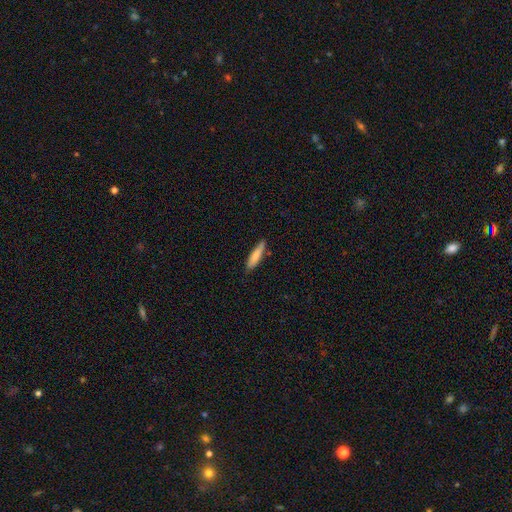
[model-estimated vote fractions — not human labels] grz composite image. It shows a smooth galaxy with no disk features (78%) that is cigar-shaped (80%). Merging: none (80%).